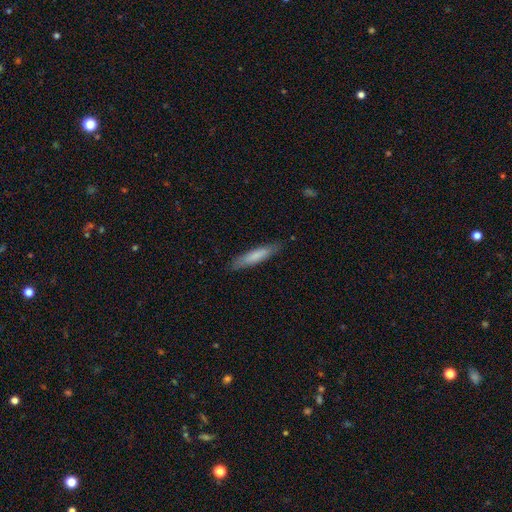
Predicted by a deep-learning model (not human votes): Smooth or featured? Predicted: smooth (p=0.76). How rounded? Predicted: cigar-shaped (p=0.84). Merging? Predicted: none (p=0.85).